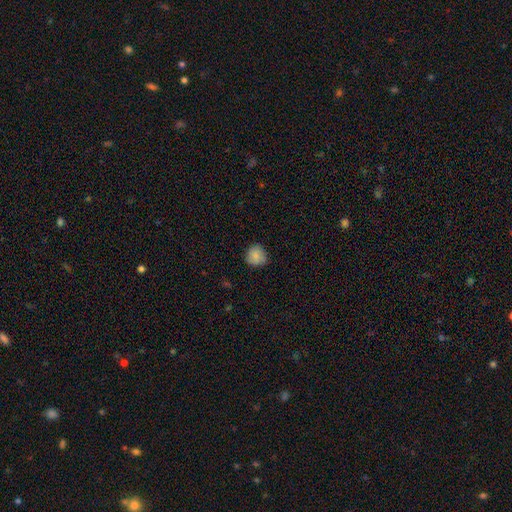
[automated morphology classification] A smooth galaxy with no disk features (85%) that is round (88%).

Vote fractions:
- Smooth or featured? smooth: 85% / star or artifact: 8% / featured or disk: 6%
- How rounded? round: 88% / in between: 12% / cigar-shaped: 1%
- Merging? none: 81% / minor disturbance: 15% / major disturbance: 3% / merger: 1%